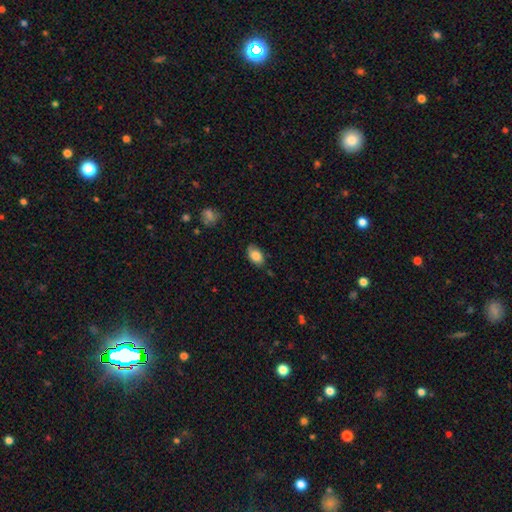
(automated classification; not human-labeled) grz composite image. It shows a smooth galaxy with no disk features (82%) that is in between round and cigar-shaped (92%). Merging: none (75%).